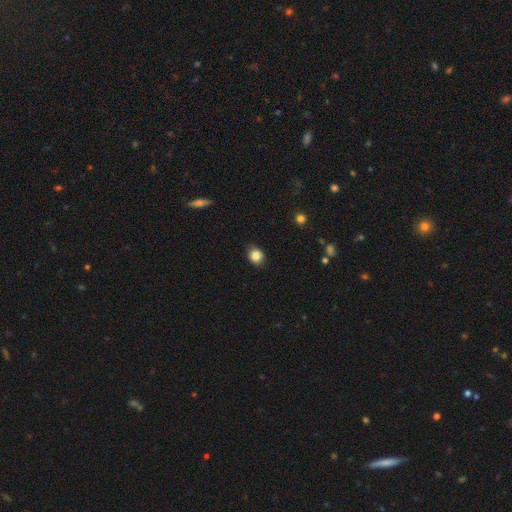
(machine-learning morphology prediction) Overall: smooth (85%). How rounded: round (66%; in between 32%). Merging: none (83%).